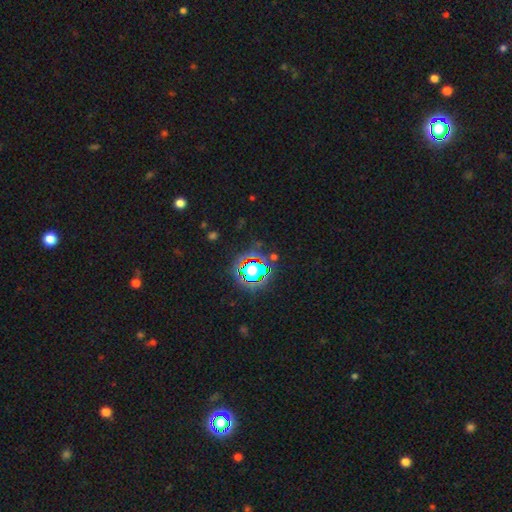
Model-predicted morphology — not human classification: A star or artifact, not a galaxy (82%).